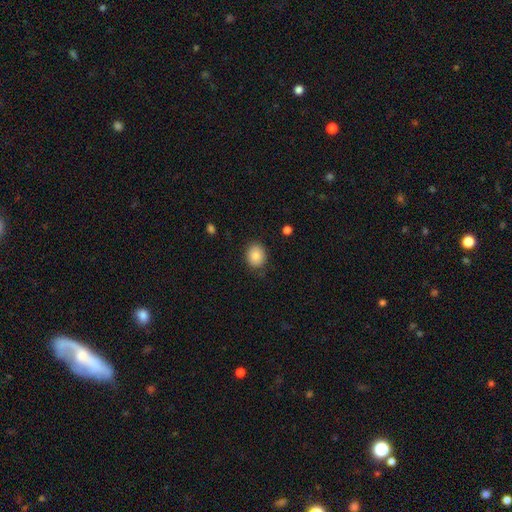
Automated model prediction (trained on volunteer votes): Smooth or featured? Predicted: smooth (p=0.86). How rounded? Predicted: round (p=0.56). Merging? Predicted: none (p=0.84).